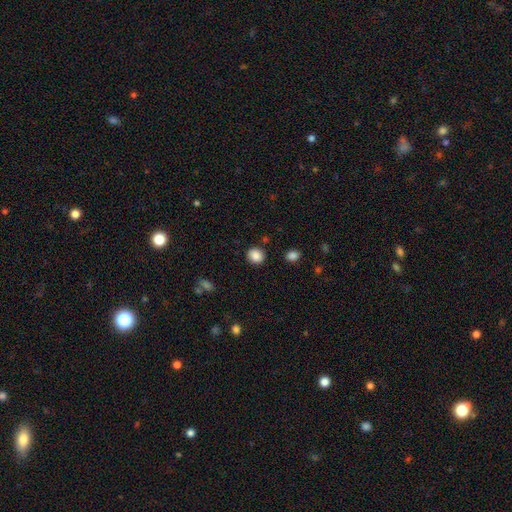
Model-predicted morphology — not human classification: smooth 87%, star or artifact 9%, featured or disk 4%. Down the decision tree: how rounded — round (83%); merging — none (88%).